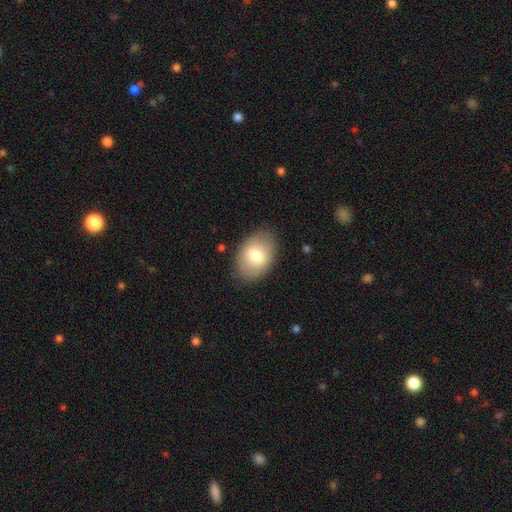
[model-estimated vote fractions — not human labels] smooth 74%, featured or disk 18%, star or artifact 7%. Down the decision tree: how rounded — in between (82%); merging — none (84%).